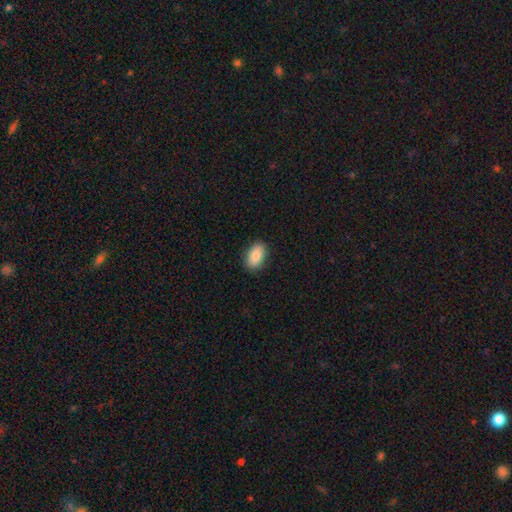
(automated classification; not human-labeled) Smooth or featured? Predicted: smooth (p=0.85). How rounded? Predicted: in between (p=0.92). Merging? Predicted: none (p=0.87).